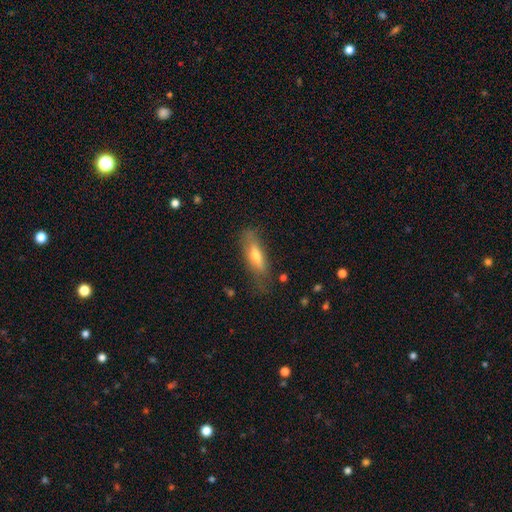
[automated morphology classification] smooth_or_featured: smooth (p=0.57) [alt: featured or disk p=0.35]
how_rounded: cigar-shaped (p=0.58) [alt: in between p=0.40]
merging: none (p=0.70) [alt: minor disturbance p=0.22]